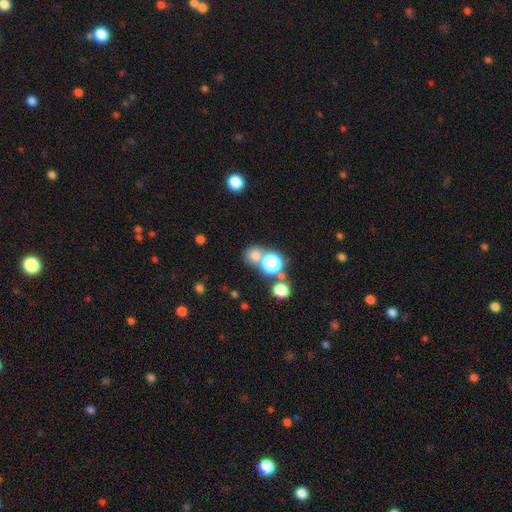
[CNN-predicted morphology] smooth 68%, star or artifact 24%, featured or disk 8%. Down the decision tree: how rounded — round (84%); merging — none (60%).